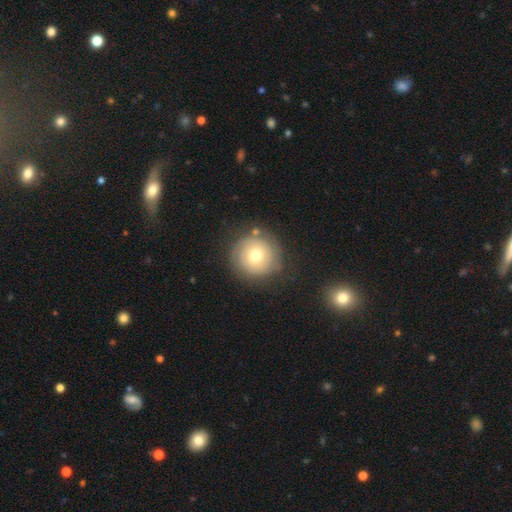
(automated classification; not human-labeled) Smooth or featured?
  - smooth: 53% *
  - featured or disk: 38%
  - star or artifact: 9%
How rounded?
  - round: 94% *
  - in between: 5%
  - cigar-shaped: 1%
Merging?
  - none: 77% *
  - minor disturbance: 14%
  - major disturbance: 6%
  - merger: 4%